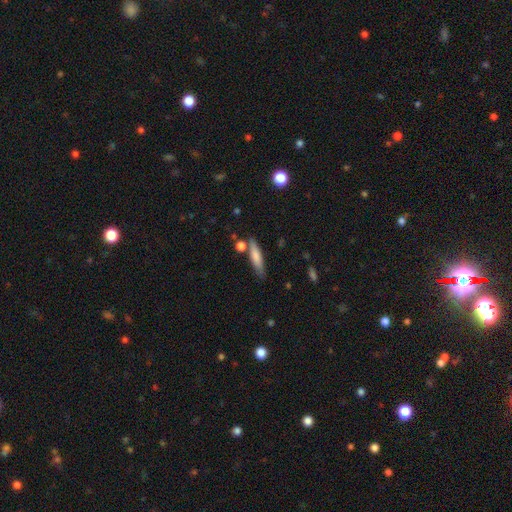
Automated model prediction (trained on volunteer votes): This is likely a smooth galaxy (74%). How rounded: likely cigar-shaped (76%). Merging: likely none (72%).